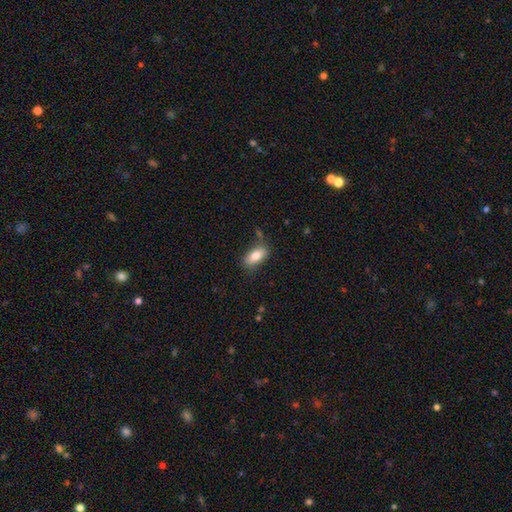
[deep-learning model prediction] This is clearly a smooth galaxy (82%). How rounded: clearly in between (89%). Merging: likely none (72%).